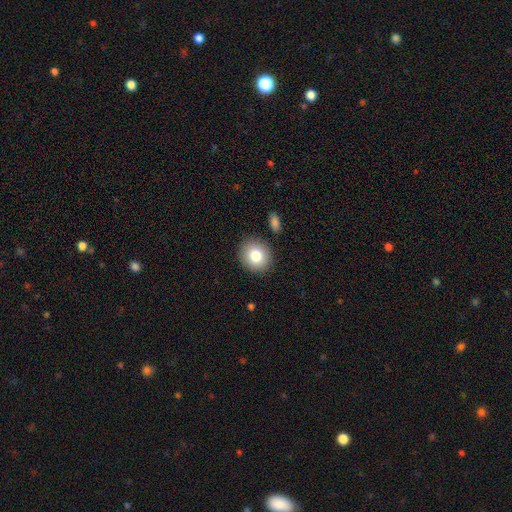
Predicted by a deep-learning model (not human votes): Morphology: type=smooth (81%); roundness=round (80%); merging=none (88%).